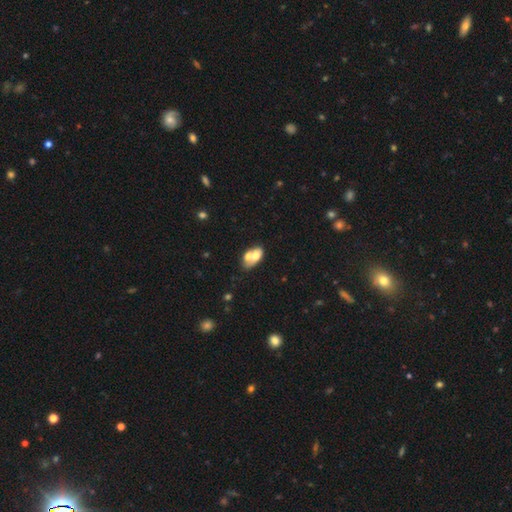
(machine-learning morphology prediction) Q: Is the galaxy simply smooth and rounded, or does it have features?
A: smooth — 60%.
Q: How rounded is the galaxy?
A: in between — 85%.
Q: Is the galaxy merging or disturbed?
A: merger — 62%.